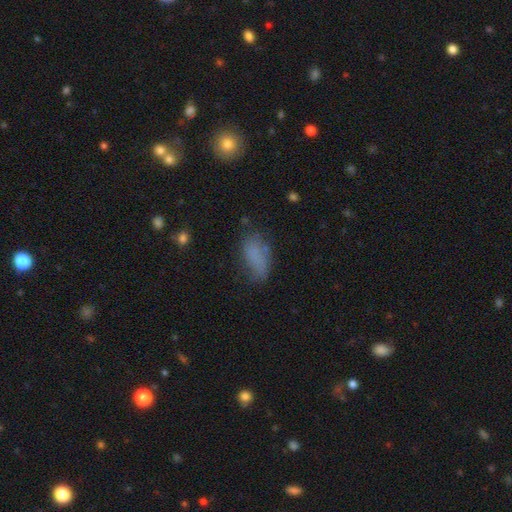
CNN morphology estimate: The model was most divided on "merging": none: 52%, minor disturbance: 29%, major disturbance: 15%, merger: 4%. More confident: how rounded — in between (87%); smooth or featured — smooth (74%).